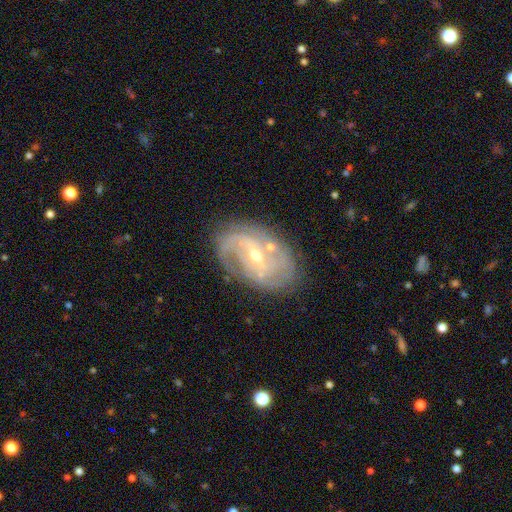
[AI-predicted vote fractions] Q: Smooth or featured?
A: featured or disk (85%); runner-up: smooth (8%)
Q: Edge-on disk?
A: no (96%); runner-up: yes (4%)
Q: Bar?
A: weak (49%); runner-up: strong (28%)
Q: Spiral arms?
A: yes (93%); runner-up: no (7%)
Q: Spiral winding?
A: tight (49%); runner-up: medium (37%)
Q: Spiral arm count?
A: 2 (41%); runner-up: can't tell (27%)
Q: Bulge size?
A: small (52%); runner-up: moderate (45%)
Q: Merging?
A: none (71%); runner-up: minor disturbance (18%)